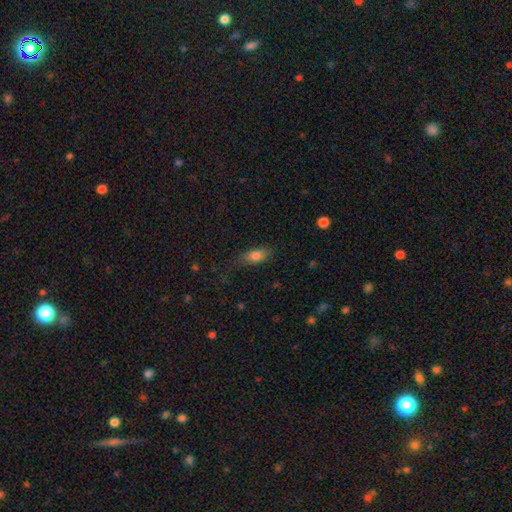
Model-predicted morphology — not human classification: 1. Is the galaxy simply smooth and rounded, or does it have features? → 80% smooth, 12% featured or disk, 8% star or artifact.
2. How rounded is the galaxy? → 82% in between, 14% cigar-shaped, 4% round.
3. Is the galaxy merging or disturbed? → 67% none, 23% minor disturbance, 8% major disturbance, 2% merger.